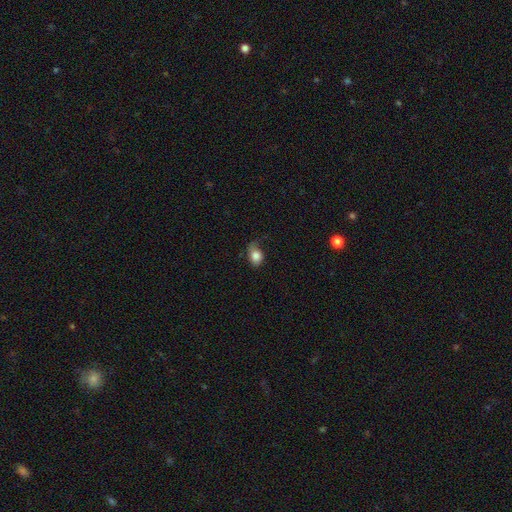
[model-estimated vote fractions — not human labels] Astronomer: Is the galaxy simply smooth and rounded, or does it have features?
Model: smooth — 81%.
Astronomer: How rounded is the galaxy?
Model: in between — 69%.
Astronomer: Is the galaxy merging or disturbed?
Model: none — 47% (runner-up: minor disturbance, 34%).